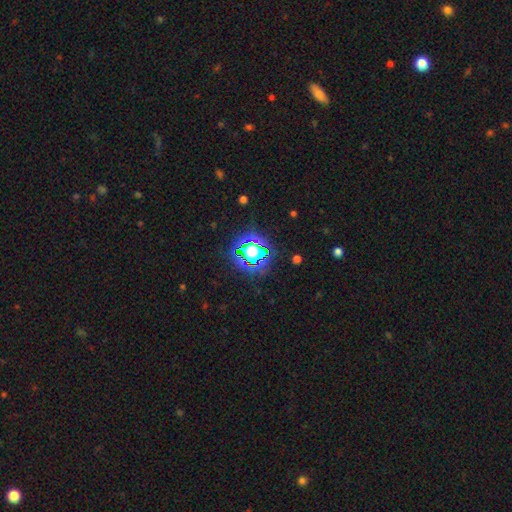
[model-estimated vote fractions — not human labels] smooth_or_featured: star or artifact (p=0.60) [alt: smooth p=0.27]